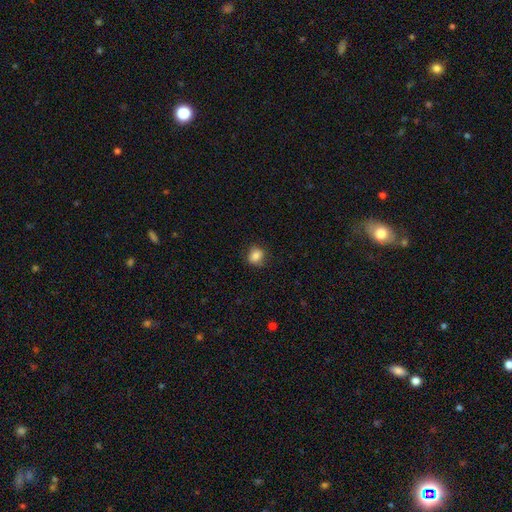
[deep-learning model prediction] Overall: smooth (84%). How rounded: round (66%; in between 33%). Merging: none (81%).